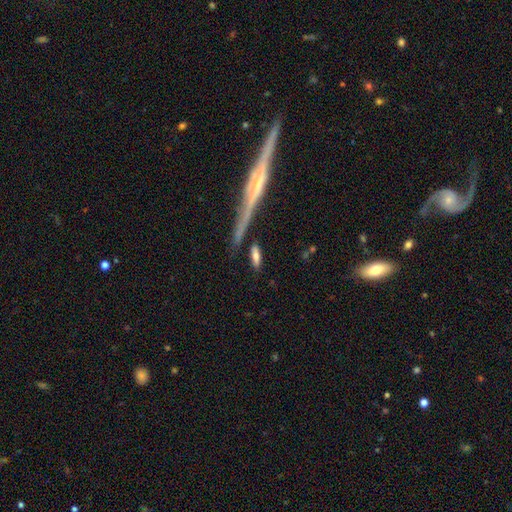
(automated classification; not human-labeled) A smooth galaxy with no disk features (73%) that is in between round and cigar-shaped (59%). Merging: none (74%).